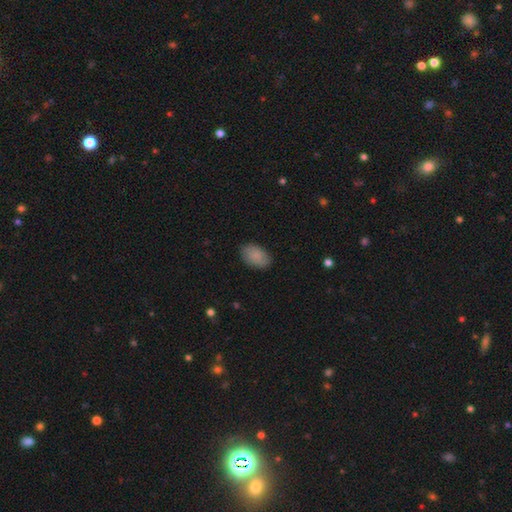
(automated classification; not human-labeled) A smooth galaxy with no disk features (86%) that is in between round and cigar-shaped (90%). Merging: none (84%).